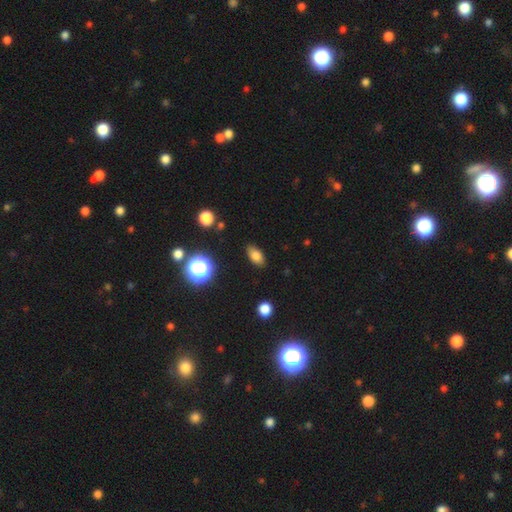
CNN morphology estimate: Smooth or featured: smooth — 79% (star or artifact — 12%)
How rounded: in between — 86% (round — 10%)
Merging: none — 85% (minor disturbance — 11%)